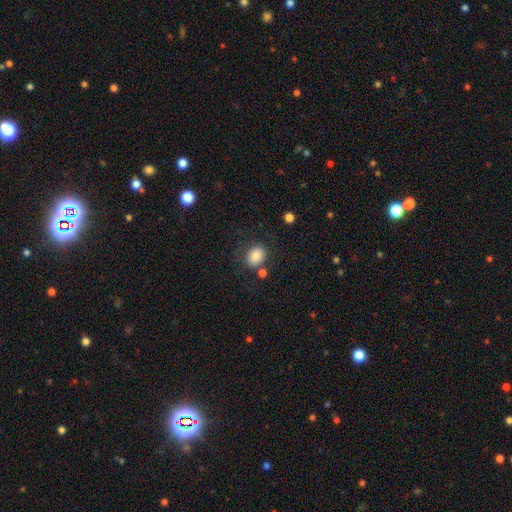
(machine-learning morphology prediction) The model was most divided on "how rounded": round: 54%, in between: 45%, cigar-shaped: 1%. More confident: smooth or featured — smooth (83%); merging — none (73%).